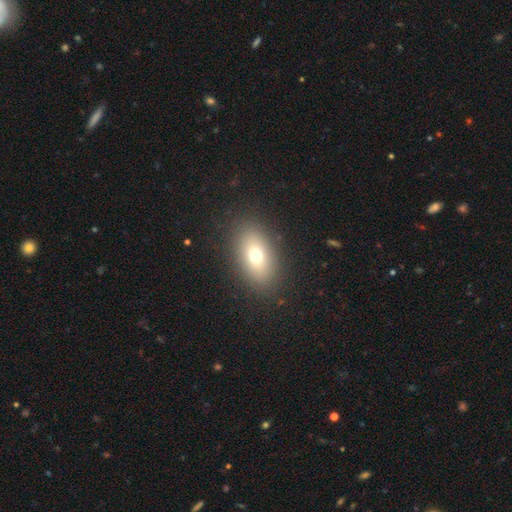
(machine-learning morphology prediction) smooth 71%, featured or disk 16%, star or artifact 12%. Down the decision tree: how rounded — in between (84%); merging — none (87%).